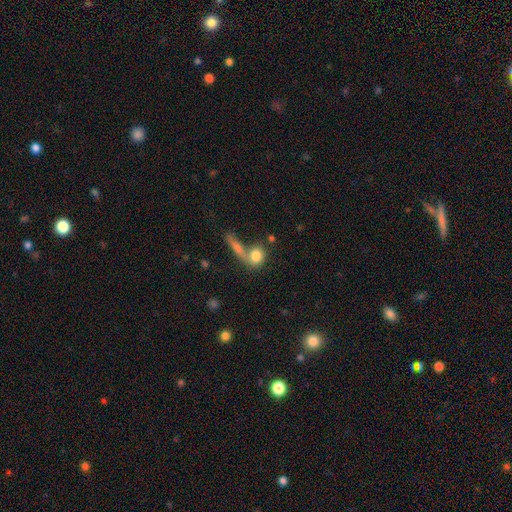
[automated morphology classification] This is likely a smooth galaxy (77%). How rounded: likely round (63%). Merging: marginally none (41%).